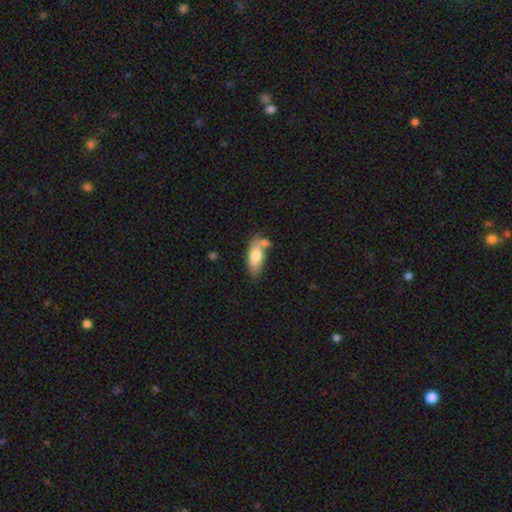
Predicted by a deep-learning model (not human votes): Smooth or featured? smooth (77%)
How rounded? in between (83%)
Merging? none (53%)